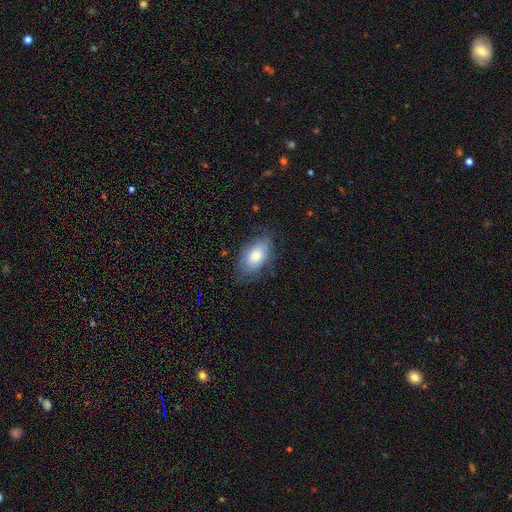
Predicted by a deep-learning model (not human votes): Overall: smooth (73%). How rounded: in between (92%). Merging: none (74%).